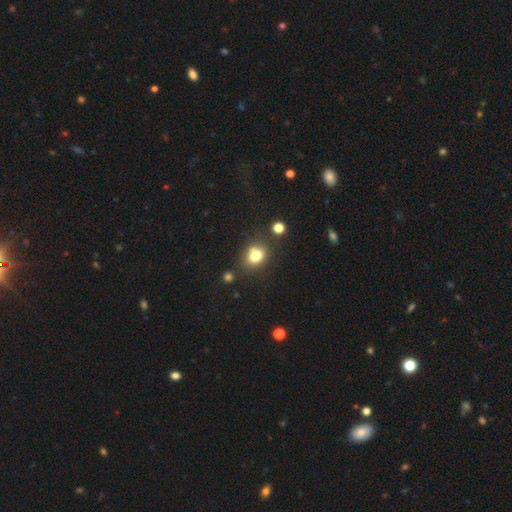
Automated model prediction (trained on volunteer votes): Overall: smooth (77%). How rounded: round (56%; in between 43%). Merging: none (61%).